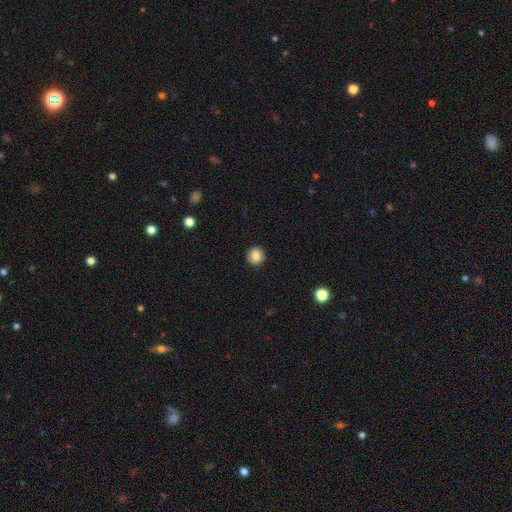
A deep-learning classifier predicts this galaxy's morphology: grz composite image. It shows a smooth galaxy with no disk features (86%) that is round (93%). Merging: none (92%).